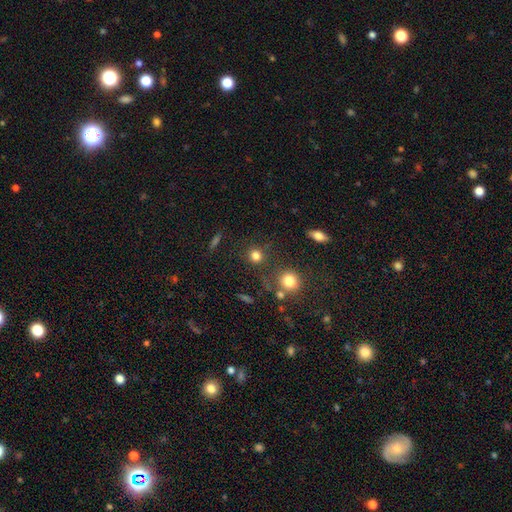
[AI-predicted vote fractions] Morphology: type=smooth (80%); roundness=round (90%); merging=none (80%).